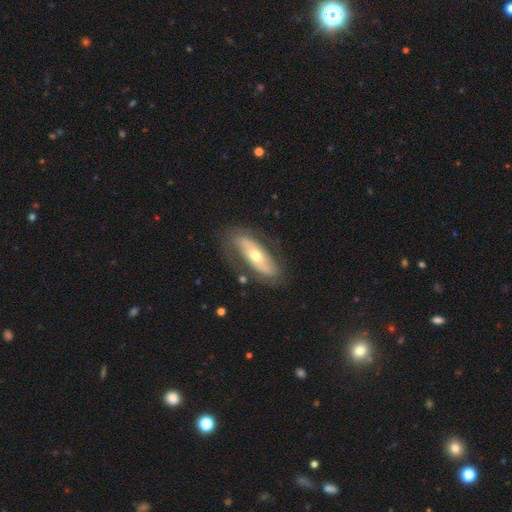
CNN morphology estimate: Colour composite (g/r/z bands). It shows a featured or disk galaxy (60%). Merging: none (71%).